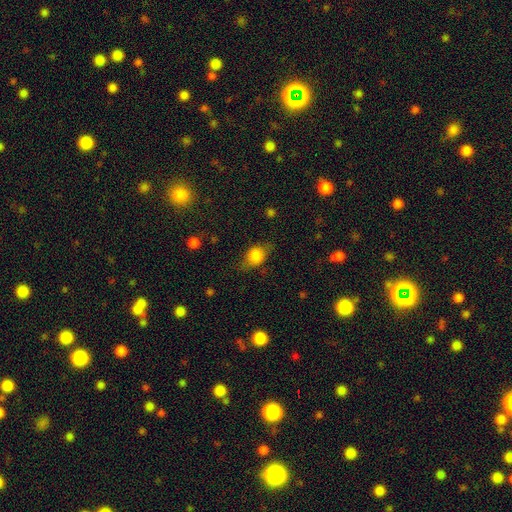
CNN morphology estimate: A smooth galaxy with no disk features (76%) that is in between round and cigar-shaped (63%).

Vote fractions:
- Smooth or featured? smooth: 76% / featured or disk: 15% / star or artifact: 9%
- How rounded? in between: 63% / round: 33% / cigar-shaped: 3%
- Merging? none: 63% / minor disturbance: 25% / major disturbance: 10% / merger: 1%